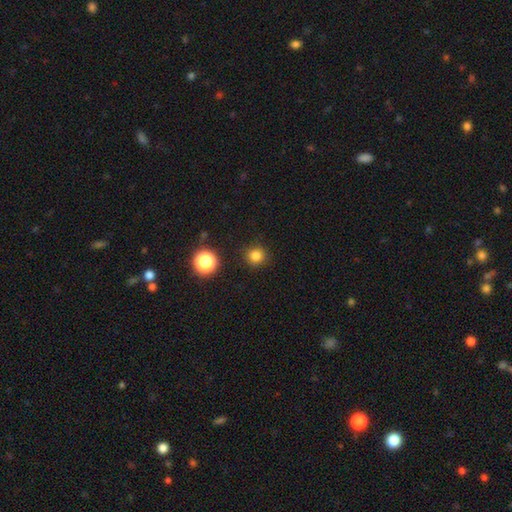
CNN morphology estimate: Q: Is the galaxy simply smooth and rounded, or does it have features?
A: smooth — 80%.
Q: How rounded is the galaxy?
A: round — 94%.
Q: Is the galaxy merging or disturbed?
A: none — 90%.